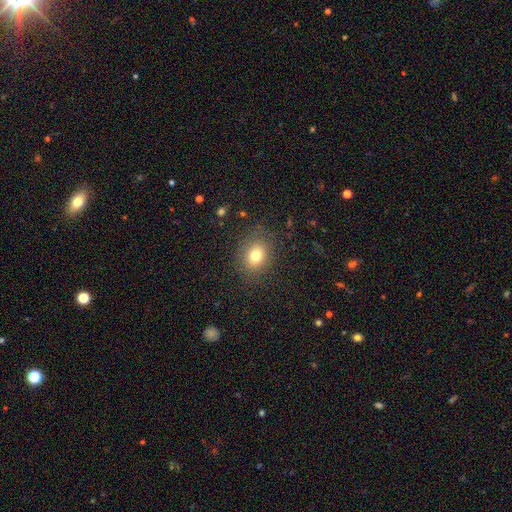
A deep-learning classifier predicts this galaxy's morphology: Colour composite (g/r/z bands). It shows a smooth galaxy with no disk features (76%) that is round (55%). Merging: none (83%).